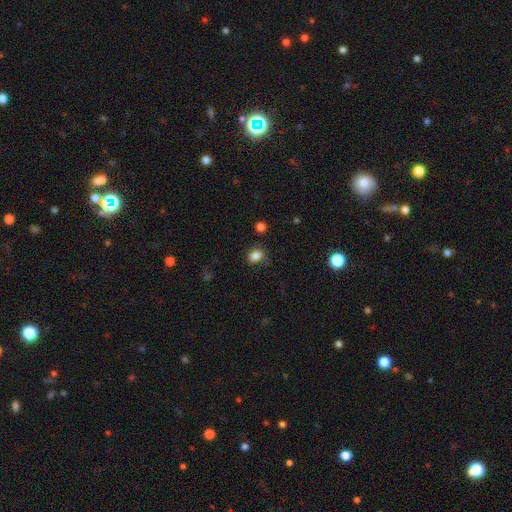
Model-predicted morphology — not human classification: Smooth or featured?
  - smooth: 83% *
  - star or artifact: 11%
  - featured or disk: 6%
How rounded?
  - in between: 50% *
  - round: 49%
  - cigar-shaped: 1%
Merging?
  - none: 71% *
  - minor disturbance: 20%
  - major disturbance: 7%
  - merger: 3%